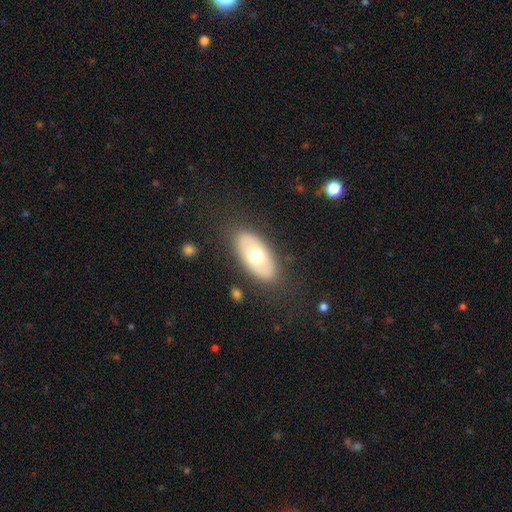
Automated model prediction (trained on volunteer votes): Q: Smooth or featured?
A: smooth (56%); runner-up: featured or disk (38%)
Q: How rounded?
A: in between (92%); runner-up: cigar-shaped (4%)
Q: Merging?
A: none (84%); runner-up: minor disturbance (11%)